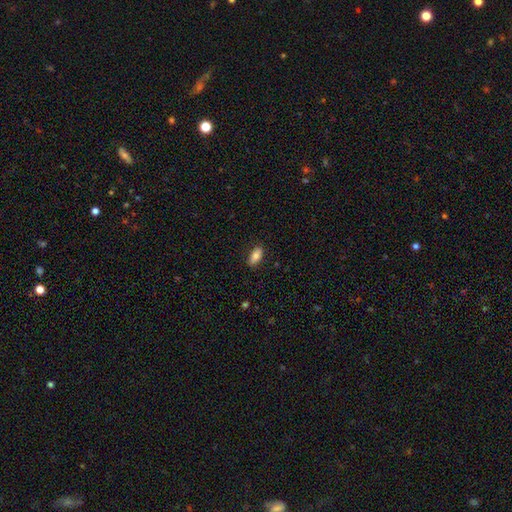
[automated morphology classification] A smooth galaxy with no disk features (80%) that is in between round and cigar-shaped (89%).

Vote fractions:
- Smooth or featured? smooth: 80% / featured or disk: 13% / star or artifact: 7%
- How rounded? in between: 89% / cigar-shaped: 8% / round: 3%
- Merging? none: 86% / minor disturbance: 11% / major disturbance: 2% / merger: 1%